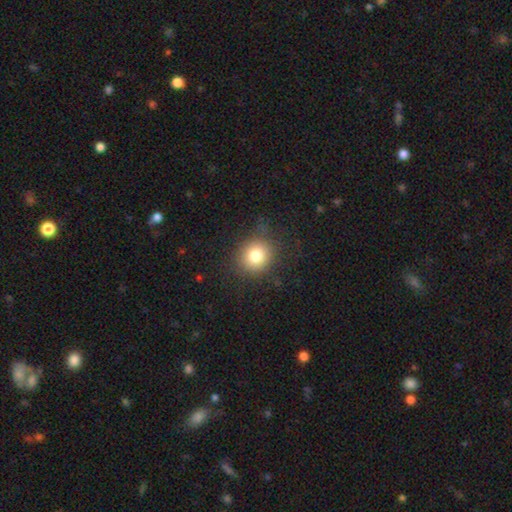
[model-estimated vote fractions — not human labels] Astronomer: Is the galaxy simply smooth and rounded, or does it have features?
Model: smooth — 79%.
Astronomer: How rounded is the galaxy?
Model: round — 83%.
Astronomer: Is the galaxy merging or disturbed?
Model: none — 82%.